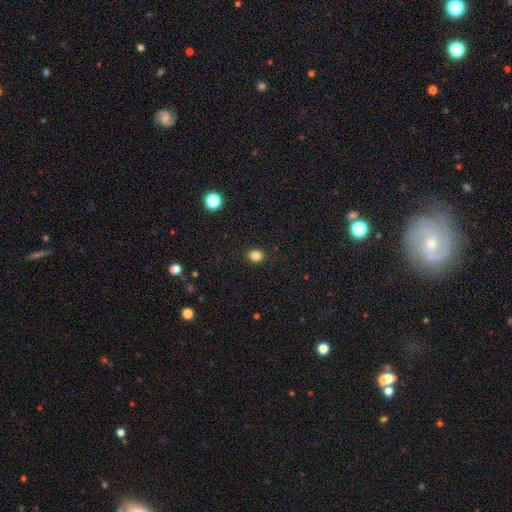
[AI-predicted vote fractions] smooth_or_featured: smooth (p=0.84) [alt: star or artifact p=0.12]
how_rounded: round (p=0.57) [alt: in between p=0.42]
merging: none (p=0.90) [alt: minor disturbance p=0.07]